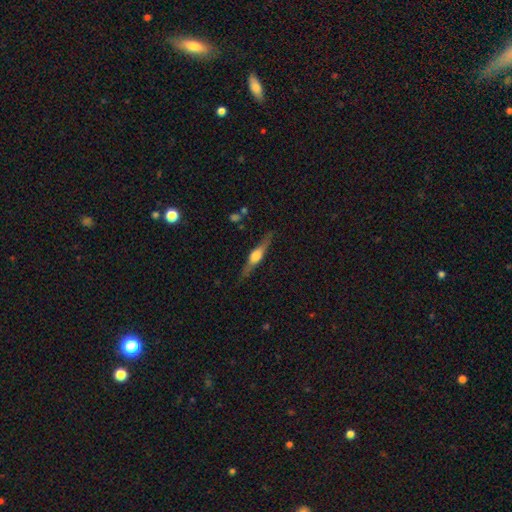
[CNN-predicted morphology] This is likely a featured or disk galaxy (71%). It is clearly viewed edge-on (97%). Edge-on bulge: clearly rounded (88%). Merging: clearly none (86%).